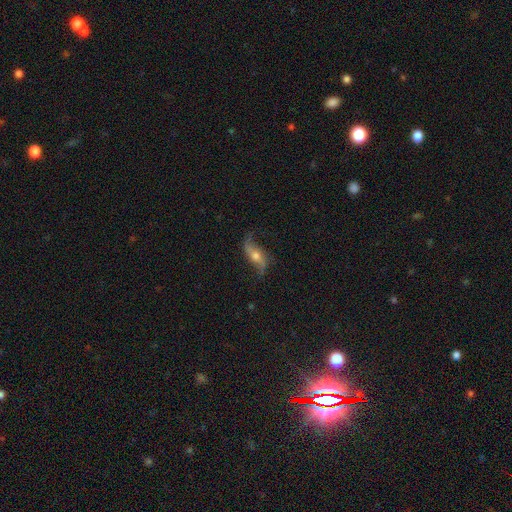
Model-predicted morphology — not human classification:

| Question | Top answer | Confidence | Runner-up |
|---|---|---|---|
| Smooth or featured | featured or disk | 78% | smooth (15%) |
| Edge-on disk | no | 85% | yes (15%) |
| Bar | no | 50% | weak (30%) |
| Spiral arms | yes | 92% | no (8%) |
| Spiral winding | loose | 89% | medium (8%) |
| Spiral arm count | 2 | 92% | 1 (3%) |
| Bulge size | moderate | 66% | small (22%) |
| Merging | none | 71% | minor disturbance (18%) |